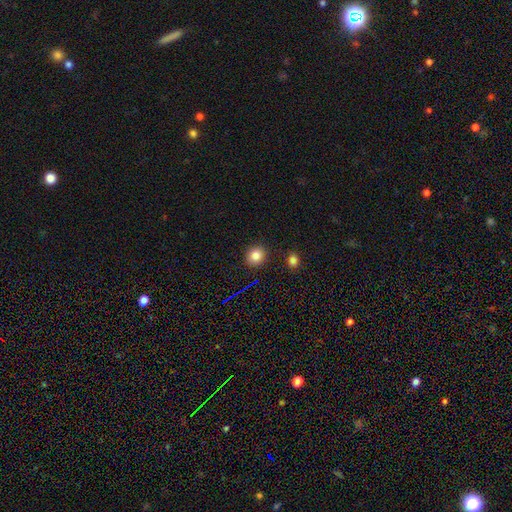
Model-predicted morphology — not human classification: Smooth or featured?
  - smooth: 82% *
  - star or artifact: 12%
  - featured or disk: 6%
How rounded?
  - round: 84% *
  - in between: 15%
  - cigar-shaped: 1%
Merging?
  - none: 88% *
  - minor disturbance: 7%
  - merger: 3%
  - major disturbance: 2%